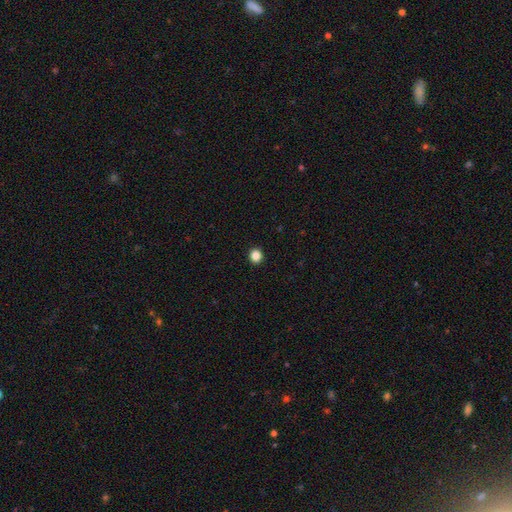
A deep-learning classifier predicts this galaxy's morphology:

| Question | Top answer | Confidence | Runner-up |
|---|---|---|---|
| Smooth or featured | smooth | 85% | star or artifact (11%) |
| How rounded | round | 88% | in between (11%) |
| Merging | none | 94% | minor disturbance (4%) |